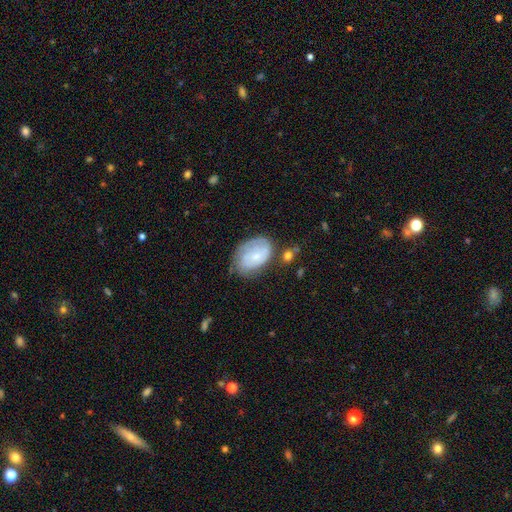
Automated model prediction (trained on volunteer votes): This is possibly a featured or disk galaxy (50%). Merging: possibly none (55%).